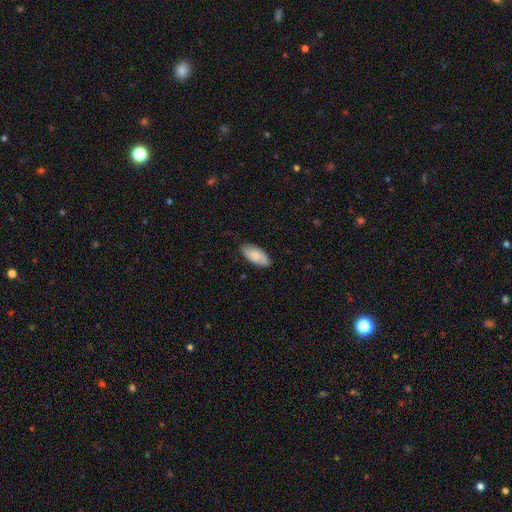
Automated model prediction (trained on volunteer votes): The model was most divided on "smooth or featured": smooth: 80%, featured or disk: 14%, star or artifact: 6%. More confident: how rounded — in between (90%); merging — none (82%).